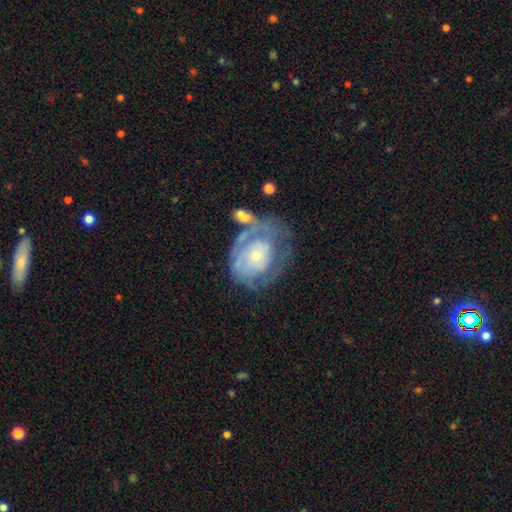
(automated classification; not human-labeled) smooth_or_featured: featured or disk (p=0.69) [alt: smooth p=0.24]
disk_edge_on: no (p=0.96) [alt: yes p=0.04]
bar: no (p=0.81) [alt: weak p=0.16]
has_spiral_arms: yes (p=0.68) [alt: no p=0.32]
bulge_size: small (p=0.63) [alt: moderate p=0.30]
merging: none (p=0.39) [alt: major disturbance p=0.25]